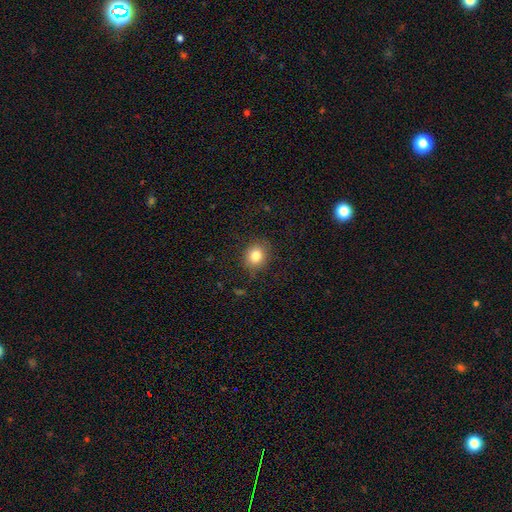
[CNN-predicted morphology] A smooth galaxy with no disk features (82%) that is round (75%).

Vote fractions:
- Smooth or featured? smooth: 82% / star or artifact: 11% / featured or disk: 7%
- How rounded? round: 75% / in between: 25% / cigar-shaped: 1%
- Merging? none: 85% / minor disturbance: 11% / major disturbance: 3% / merger: 1%